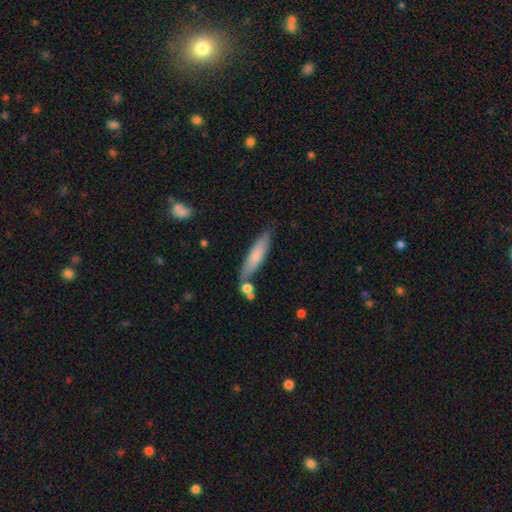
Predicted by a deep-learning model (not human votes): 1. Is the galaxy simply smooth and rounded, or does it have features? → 70% smooth, 24% featured or disk, 6% star or artifact.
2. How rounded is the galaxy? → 79% cigar-shaped, 20% in between, 2% round.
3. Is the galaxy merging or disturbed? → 71% none, 16% minor disturbance, 9% merger, 3% major disturbance.